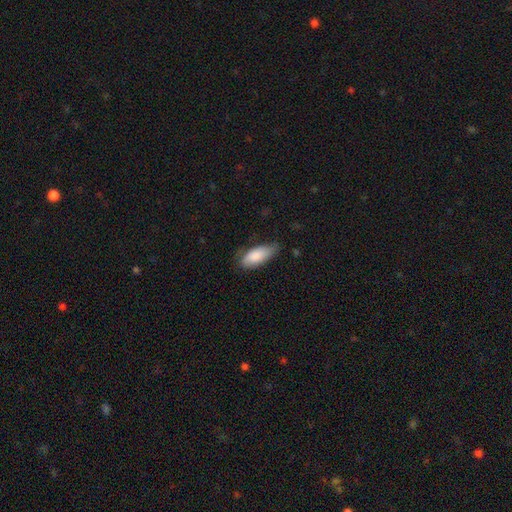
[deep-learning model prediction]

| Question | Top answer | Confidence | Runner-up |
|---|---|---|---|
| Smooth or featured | smooth | 84% | featured or disk (11%) |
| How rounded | in between | 84% | cigar-shaped (14%) |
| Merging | none | 58% | minor disturbance (33%) |